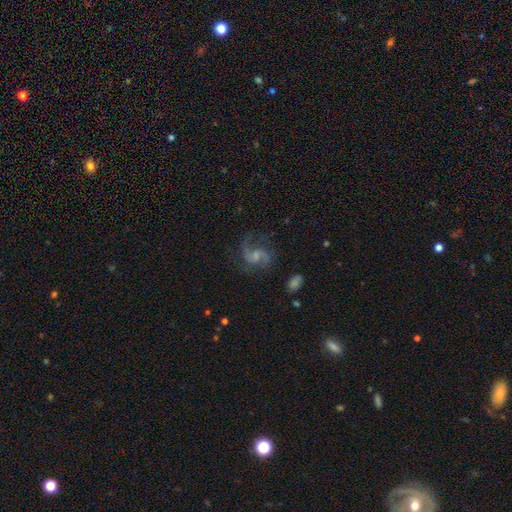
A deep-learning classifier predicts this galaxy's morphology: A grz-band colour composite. It shows a featured or disk galaxy (80%) with no bar (48%), 2 (81%) medium (49%) spiral arms (96%) and a small central bulge (49%). Merging: none (71%).